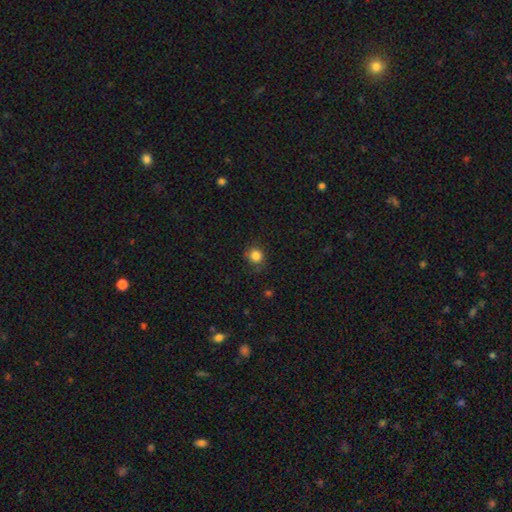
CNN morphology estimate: smooth_or_featured: smooth (p=0.84) [alt: star or artifact p=0.11]
how_rounded: round (p=0.87) [alt: in between p=0.12]
merging: none (p=0.81) [alt: minor disturbance p=0.14]